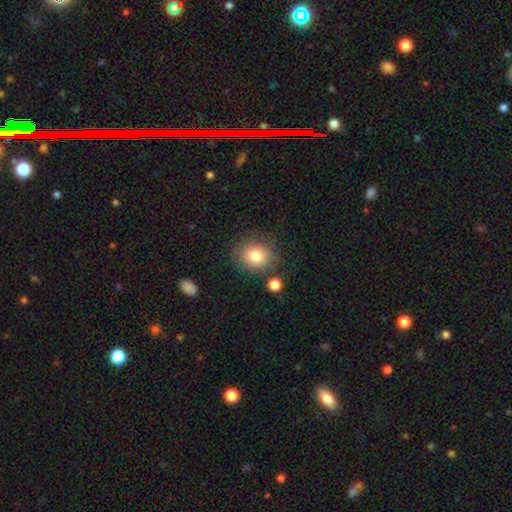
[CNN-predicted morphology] smooth_or_featured: smooth (p=0.80) [alt: featured or disk p=0.10]
how_rounded: round (p=0.68) [alt: in between p=0.32]
merging: none (p=0.78) [alt: minor disturbance p=0.12]